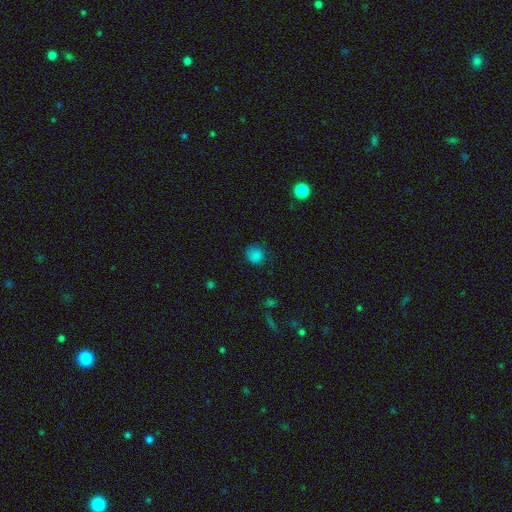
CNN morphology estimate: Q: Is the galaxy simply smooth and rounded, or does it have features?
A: smooth — 81%.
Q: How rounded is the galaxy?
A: round — 85%.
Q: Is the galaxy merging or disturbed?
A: none — 77%.